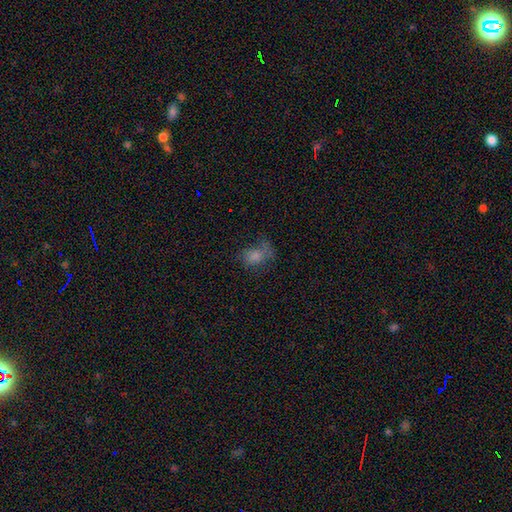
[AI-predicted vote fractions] This appears to be a smooth galaxy with no disk features (70%) that is in between round and cigar-shaped (63%). Merging: none (41%).